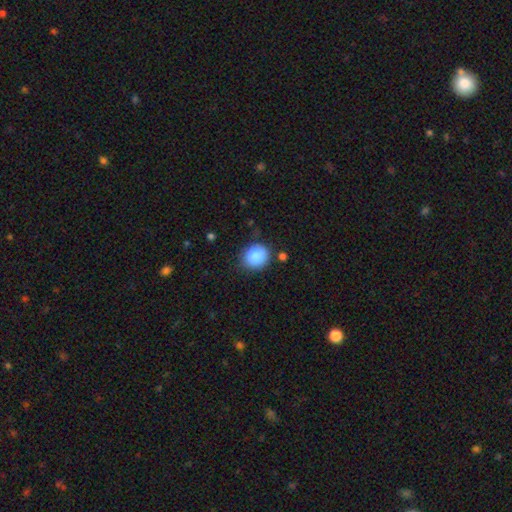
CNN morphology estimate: Overall: smooth (86%). How rounded: round (67%; in between 32%). Merging: none (81%).